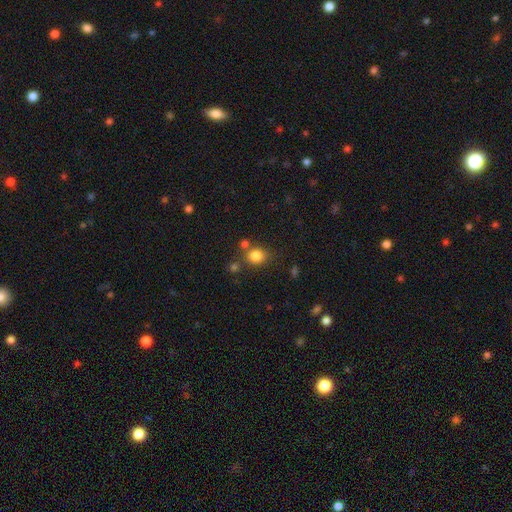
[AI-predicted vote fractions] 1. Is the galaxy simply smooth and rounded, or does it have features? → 82% smooth, 12% star or artifact, 6% featured or disk.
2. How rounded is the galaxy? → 71% round, 28% in between, 1% cigar-shaped.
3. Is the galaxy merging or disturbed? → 69% none, 14% merger, 13% minor disturbance, 5% major disturbance.